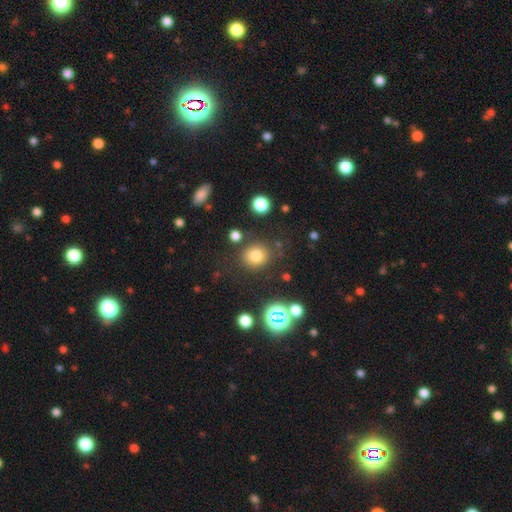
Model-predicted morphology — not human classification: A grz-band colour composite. It shows a smooth galaxy with no disk features (77%) that is round (83%). Merging: none (81%).